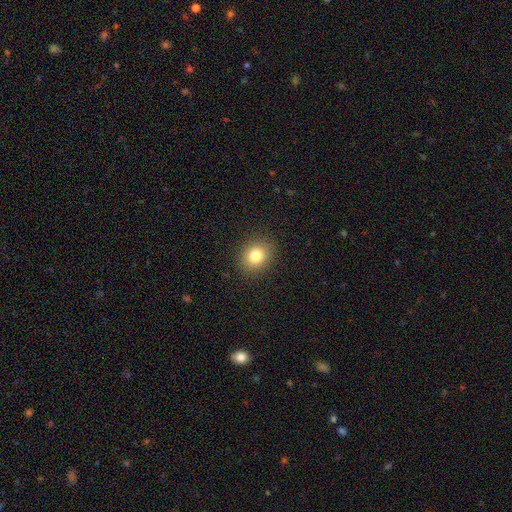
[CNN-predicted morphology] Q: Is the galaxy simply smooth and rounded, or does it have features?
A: smooth — 81%.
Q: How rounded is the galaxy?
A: round — 68%.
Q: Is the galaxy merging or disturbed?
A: none — 90%.